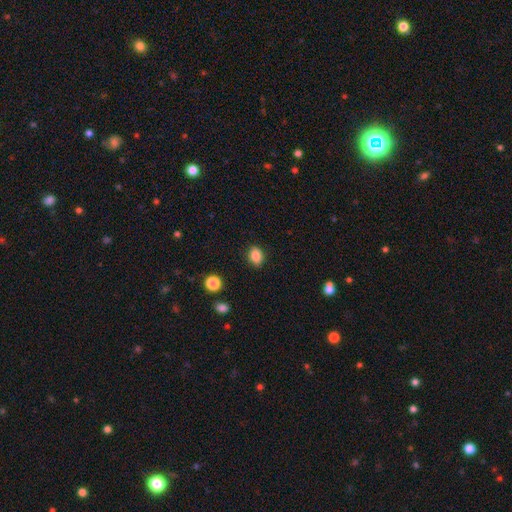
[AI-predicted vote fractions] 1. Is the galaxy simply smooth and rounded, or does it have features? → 86% smooth, 10% star or artifact, 4% featured or disk.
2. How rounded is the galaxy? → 68% in between, 31% round, 1% cigar-shaped.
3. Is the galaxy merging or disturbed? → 88% none, 9% minor disturbance, 2% major disturbance, 1% merger.